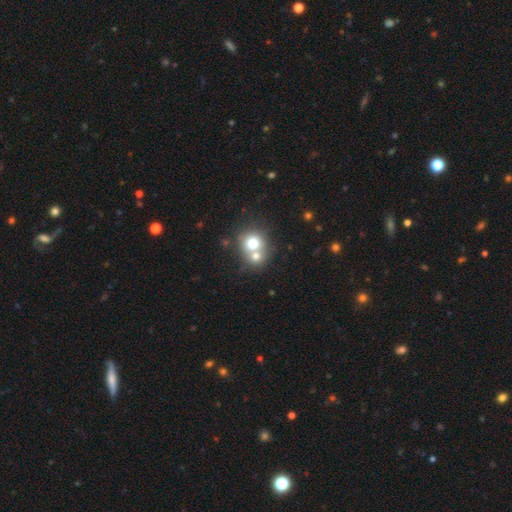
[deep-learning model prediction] smooth-or-featured: smooth: 69% | featured or disk: 19% | star or artifact: 12%
  how-rounded: round: 79% | in between: 20% | cigar-shaped: 1%
  merging: merger: 57% | none: 34% | minor disturbance: 6% | major disturbance: 3%